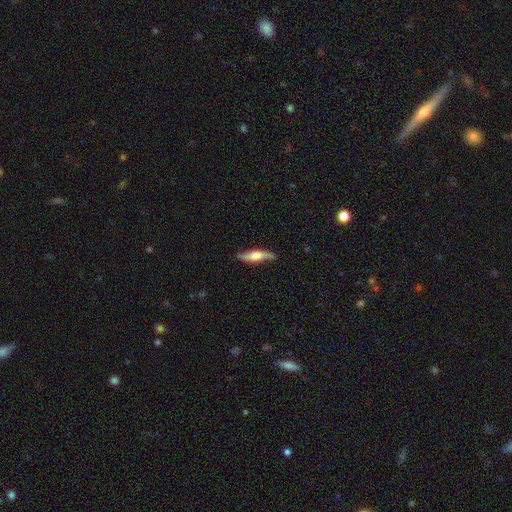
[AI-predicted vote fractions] Q: Smooth or featured?
A: featured or disk (50%); runner-up: smooth (44%)
Q: Edge-on disk?
A: yes (77%); runner-up: no (23%)
Q: Merging?
A: none (81%); runner-up: minor disturbance (15%)